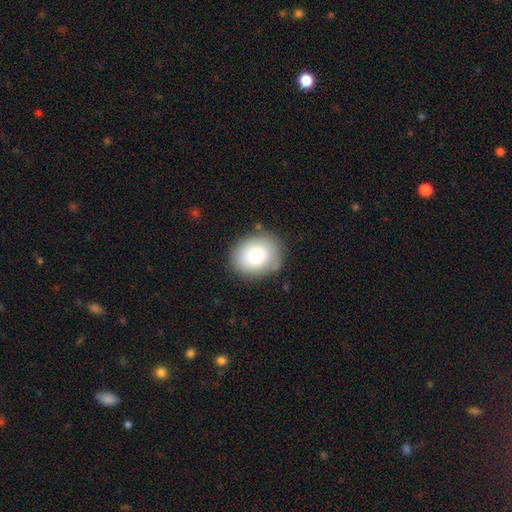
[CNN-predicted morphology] Q: Smooth or featured?
A: smooth (83%); runner-up: featured or disk (9%)
Q: How rounded?
A: round (54%); runner-up: in between (45%)
Q: Merging?
A: none (80%); runner-up: minor disturbance (14%)